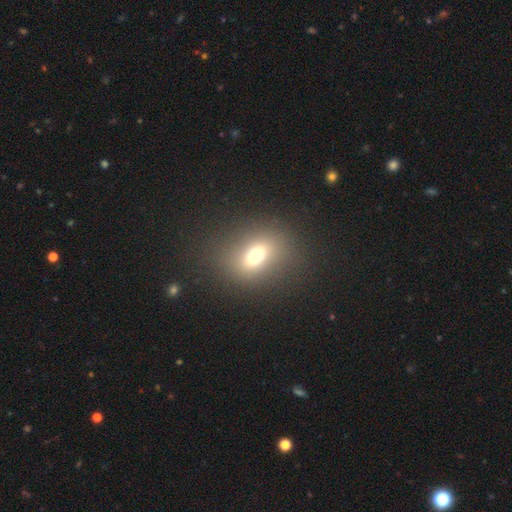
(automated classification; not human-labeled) smooth 68%, star or artifact 17%, featured or disk 16%. Down the decision tree: how rounded — in between (58%); merging — none (82%).